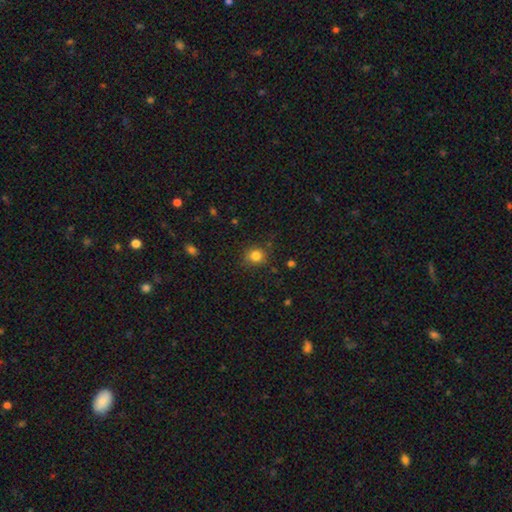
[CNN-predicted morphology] The model was most divided on "how rounded": round: 82%, in between: 17%, cigar-shaped: 1%. More confident: smooth or featured — smooth (82%); merging — none (81%).